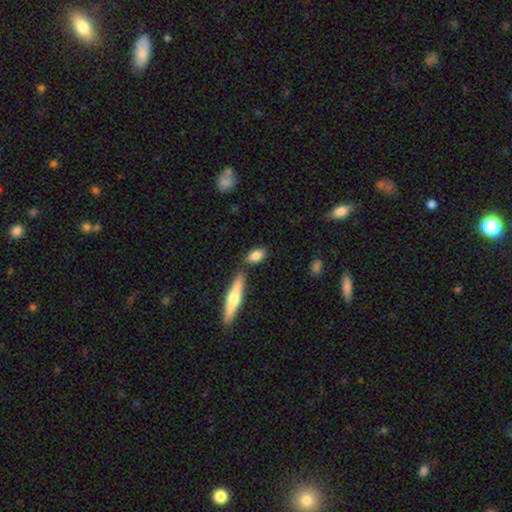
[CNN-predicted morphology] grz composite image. It shows a smooth galaxy with no disk features (78%) that is in between round and cigar-shaped (78%). Merging: none (72%).